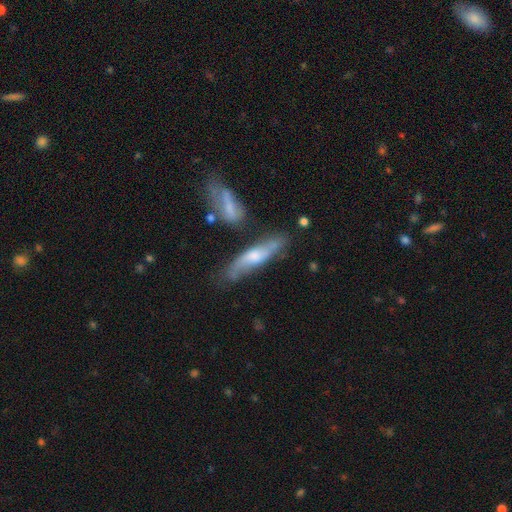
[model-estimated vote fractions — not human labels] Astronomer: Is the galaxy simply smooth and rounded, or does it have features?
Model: featured or disk — 58% (runner-up: smooth, 34%).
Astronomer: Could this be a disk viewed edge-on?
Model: yes — 53% (runner-up: no, 47%).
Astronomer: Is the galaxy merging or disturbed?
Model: none — 62%.